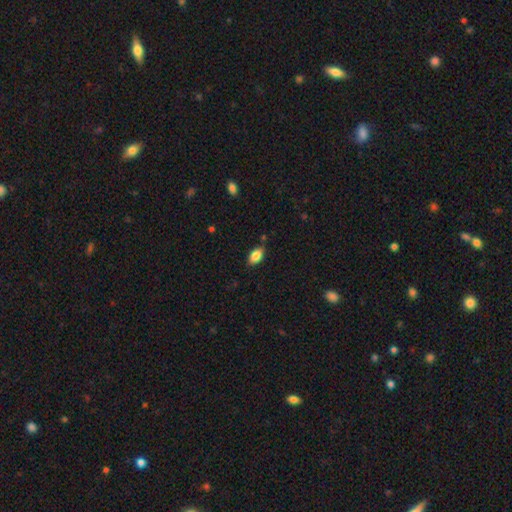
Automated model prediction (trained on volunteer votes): A smooth galaxy with no disk features (85%) that is in between round and cigar-shaped (90%). Merging: none (83%).